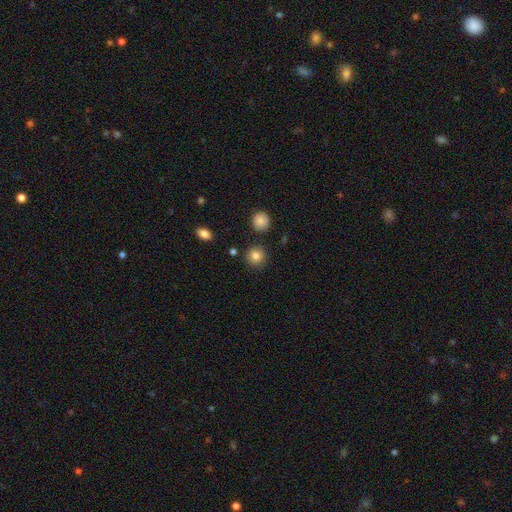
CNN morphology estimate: smooth 83%, star or artifact 11%, featured or disk 6%. Down the decision tree: how rounded — round (92%); merging — none (88%).